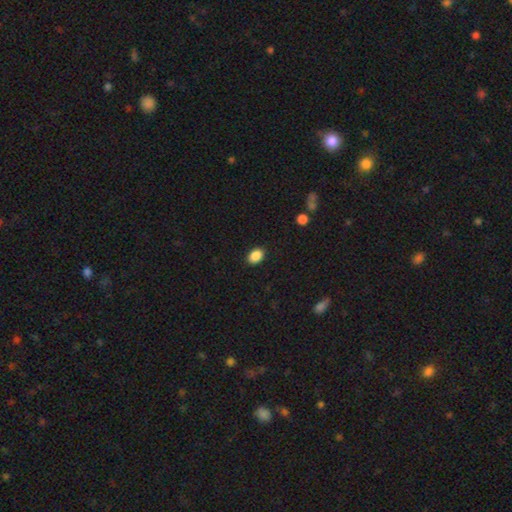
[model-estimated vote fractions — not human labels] This is clearly a smooth galaxy (89%). How rounded: likely in between (80%). Merging: clearly none (89%).